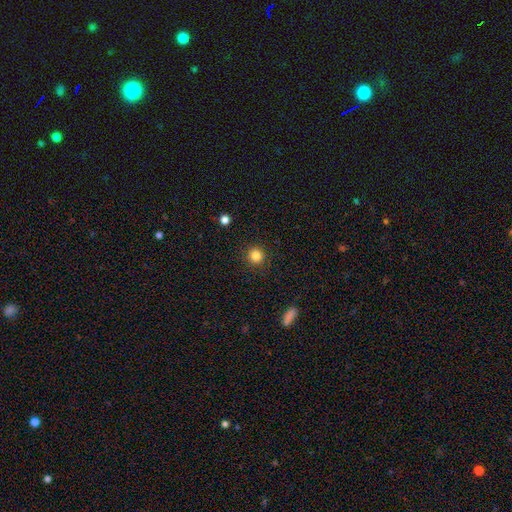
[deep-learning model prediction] Smooth or featured?
  - smooth: 84% *
  - star or artifact: 12%
  - featured or disk: 5%
How rounded?
  - round: 94% *
  - in between: 5%
  - cigar-shaped: 1%
Merging?
  - none: 91% *
  - minor disturbance: 6%
  - major disturbance: 2%
  - merger: 1%